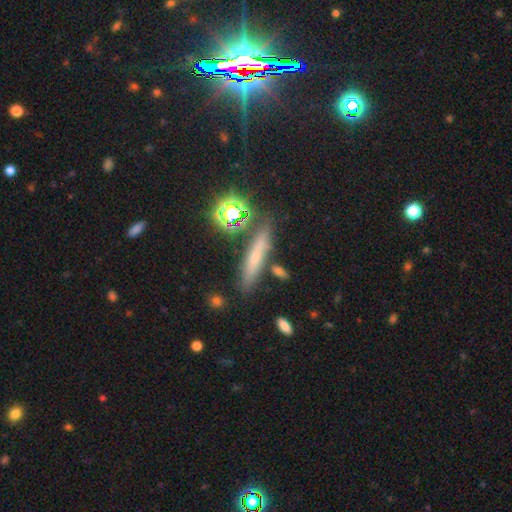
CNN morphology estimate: Overall: smooth (53%; featured or disk 26%). How rounded: cigar-shaped (81%). Merging: none (79%).